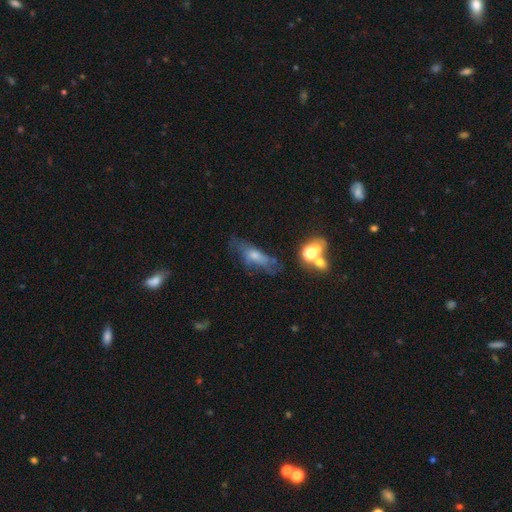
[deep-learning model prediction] smooth-or-featured: featured or disk: 45% | smooth: 39% | star or artifact: 16%
  merging: none: 49% | minor disturbance: 26% | major disturbance: 18% | merger: 7%